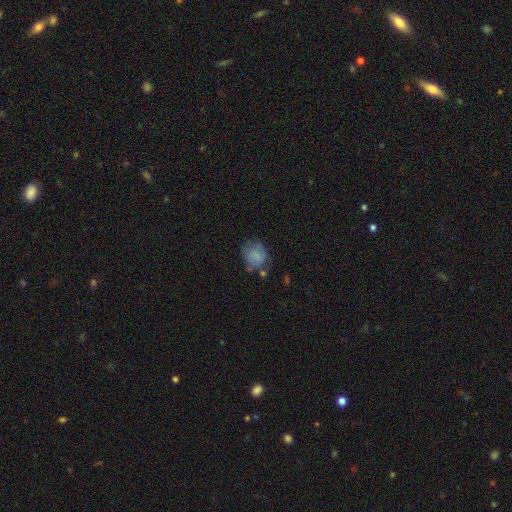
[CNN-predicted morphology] type=smooth (74%); roundness=round (62%); merging=none (53%).